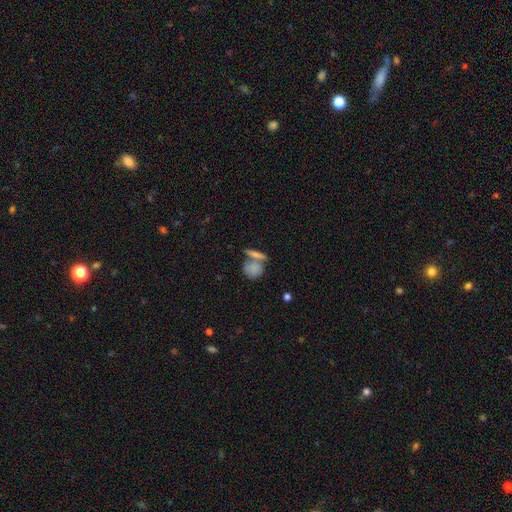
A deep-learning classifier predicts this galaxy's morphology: smooth-or-featured: smooth: 65% | featured or disk: 21% | star or artifact: 14%
  how-rounded: round: 52% | in between: 29% | cigar-shaped: 19%
  merging: none: 50% | merger: 36% | minor disturbance: 9% | major disturbance: 5%